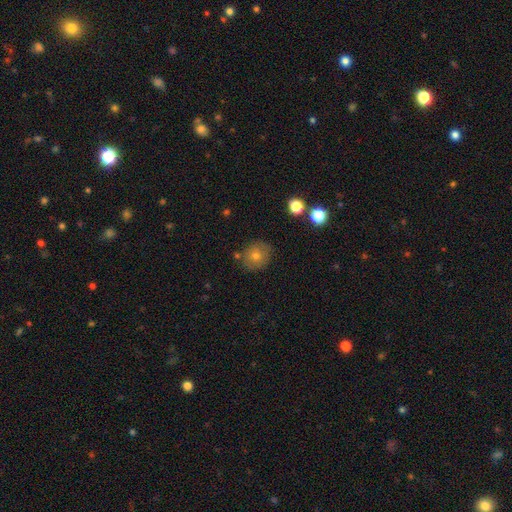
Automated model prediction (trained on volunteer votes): smooth-or-featured: smooth: 69% | featured or disk: 18% | star or artifact: 13%
  how-rounded: round: 82% | in between: 17% | cigar-shaped: 1%
  merging: none: 80% | minor disturbance: 12% | merger: 4% | major disturbance: 3%